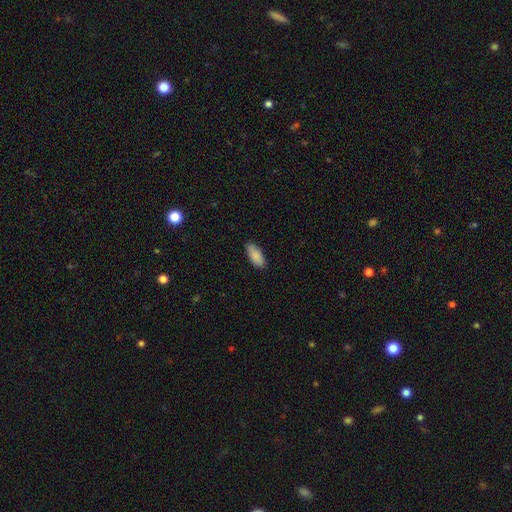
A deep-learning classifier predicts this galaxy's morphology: The model was most divided on "how rounded": in between: 84%, cigar-shaped: 14%, round: 2%. More confident: smooth or featured — smooth (88%); merging — none (86%).